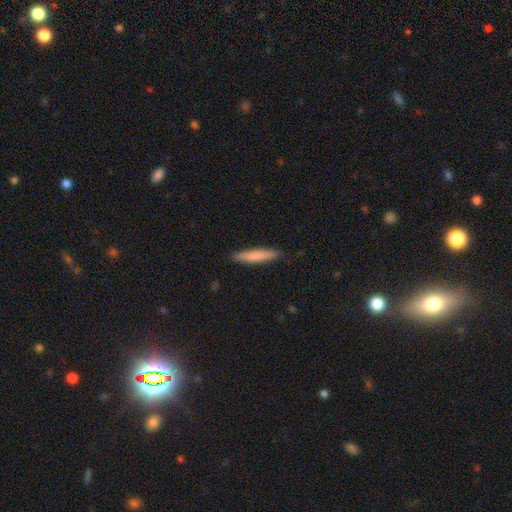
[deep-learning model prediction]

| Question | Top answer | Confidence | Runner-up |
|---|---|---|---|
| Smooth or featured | smooth | 78% | featured or disk (17%) |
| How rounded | cigar-shaped | 91% | in between (8%) |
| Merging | none | 88% | minor disturbance (9%) |